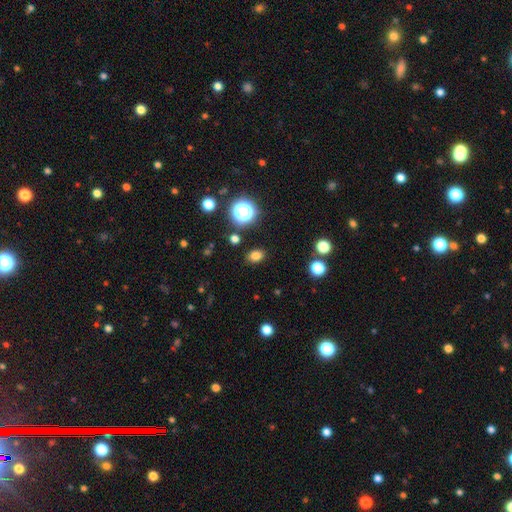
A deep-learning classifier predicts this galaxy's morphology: The model was most divided on "how rounded": in between: 66%, round: 33%, cigar-shaped: 1%. More confident: merging — none (87%); smooth or featured — smooth (79%).